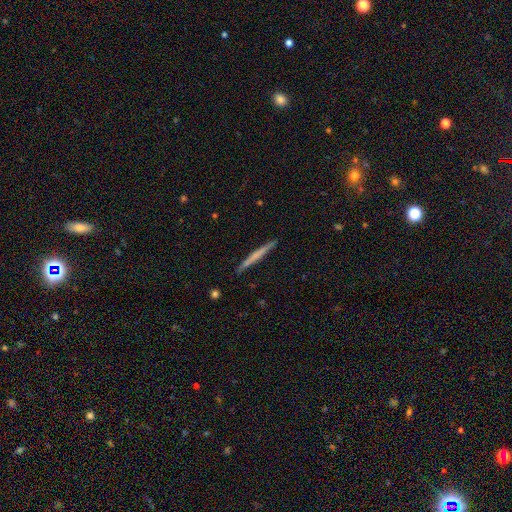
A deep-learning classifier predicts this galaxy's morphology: type=smooth (51%); roundness=cigar-shaped (97%); merging=none (91%).